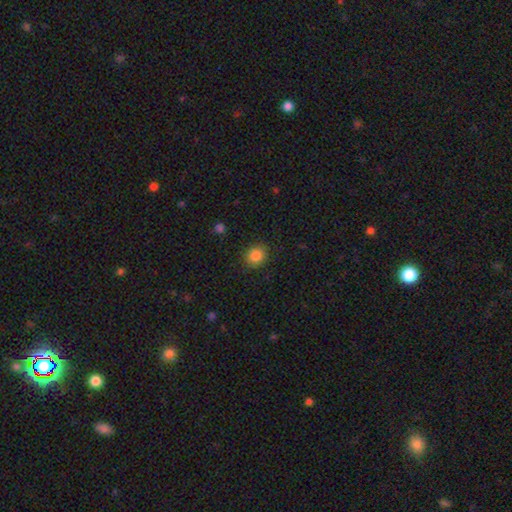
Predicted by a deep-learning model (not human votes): Smooth or featured? Predicted: smooth (p=0.85). How rounded? Predicted: round (p=0.74). Merging? Predicted: none (p=0.88).